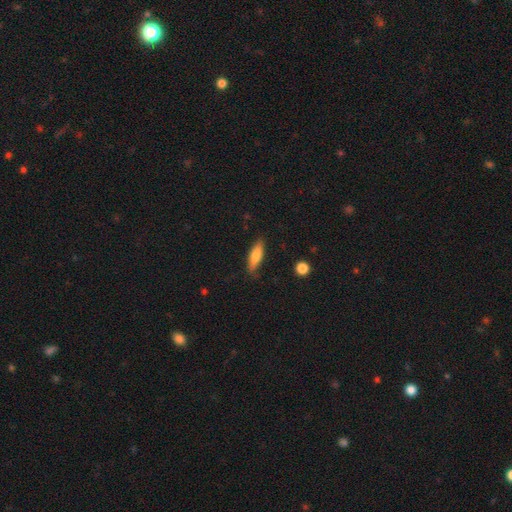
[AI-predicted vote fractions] smooth_or_featured: smooth (p=0.74) [alt: featured or disk p=0.20]
how_rounded: cigar-shaped (p=0.55) [alt: in between p=0.43]
merging: none (p=0.80) [alt: minor disturbance p=0.16]